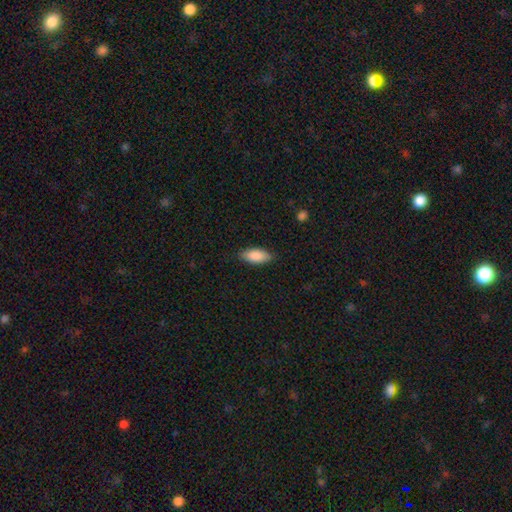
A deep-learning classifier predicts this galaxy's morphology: A smooth galaxy with no disk features (87%) that is in between round and cigar-shaped (85%).

Vote fractions:
- Smooth or featured? smooth: 87% / featured or disk: 7% / star or artifact: 6%
- How rounded? in between: 85% / cigar-shaped: 13% / round: 2%
- Merging? none: 85% / minor disturbance: 12% / major disturbance: 2% / merger: 1%